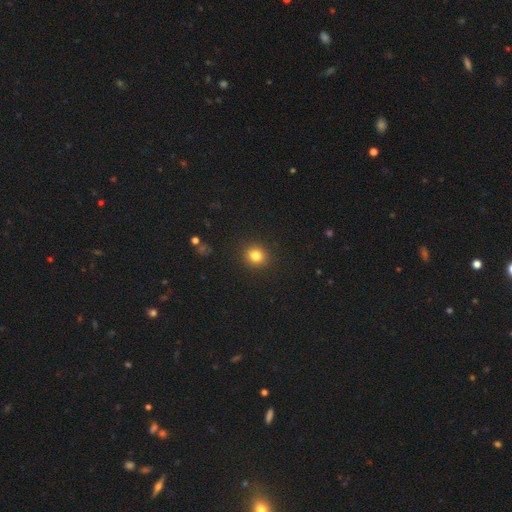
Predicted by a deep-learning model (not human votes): Overall: smooth (83%). How rounded: round (85%). Merging: none (91%).